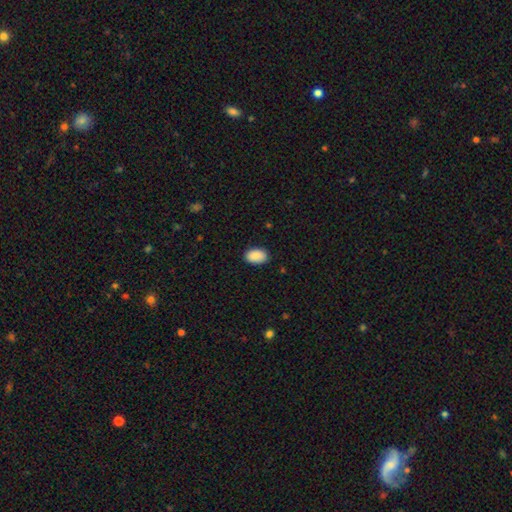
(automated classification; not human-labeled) Q: Smooth or featured?
A: smooth (90%); runner-up: star or artifact (7%)
Q: How rounded?
A: in between (90%); runner-up: round (9%)
Q: Merging?
A: none (87%); runner-up: minor disturbance (10%)